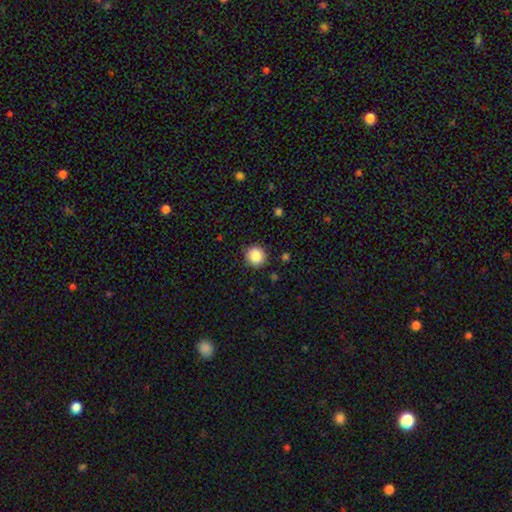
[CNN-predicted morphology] A smooth galaxy with no disk features (87%) that is round (87%). Merging: none (88%).